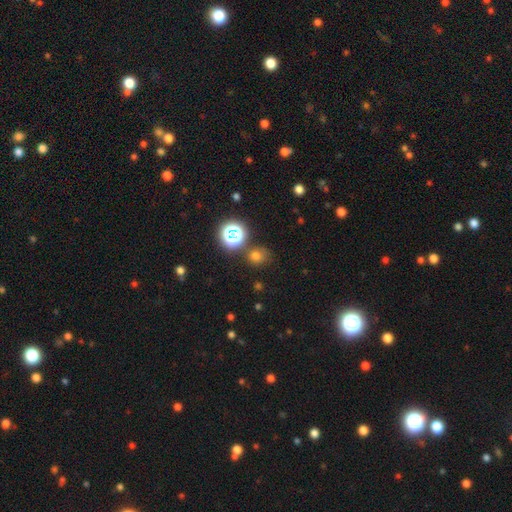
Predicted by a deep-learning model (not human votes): Smooth or featured? Predicted: smooth (p=0.67). How rounded? Predicted: round (p=0.80). Merging? Predicted: none (p=0.74).